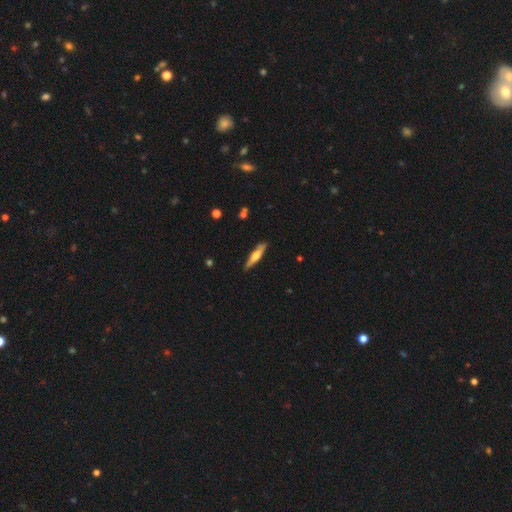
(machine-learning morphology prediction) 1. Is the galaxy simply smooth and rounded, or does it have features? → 48% featured or disk, 46% smooth, 6% star or artifact.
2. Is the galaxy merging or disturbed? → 87% none, 10% minor disturbance, 2% major disturbance, 1% merger.